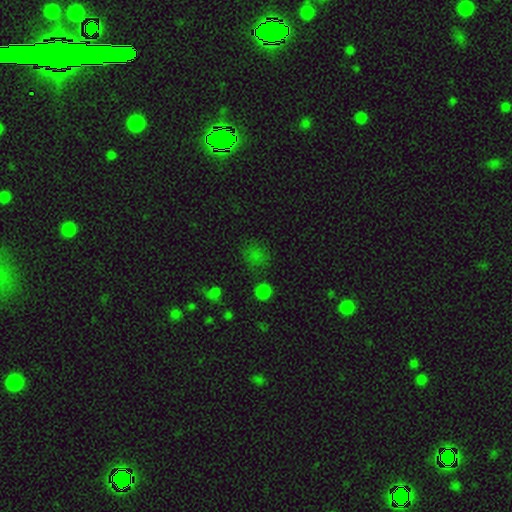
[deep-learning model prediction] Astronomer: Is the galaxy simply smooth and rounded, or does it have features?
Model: smooth — 59%.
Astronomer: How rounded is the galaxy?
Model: round — 77%.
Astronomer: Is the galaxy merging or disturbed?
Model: none — 74%.